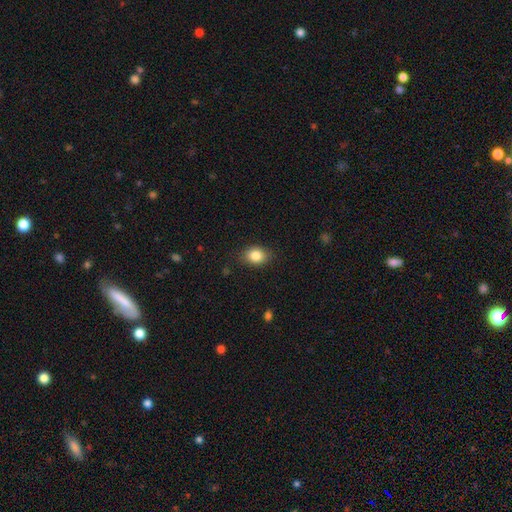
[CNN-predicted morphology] Overall: smooth (85%). How rounded: in between (64%; round 34%). Merging: none (83%).